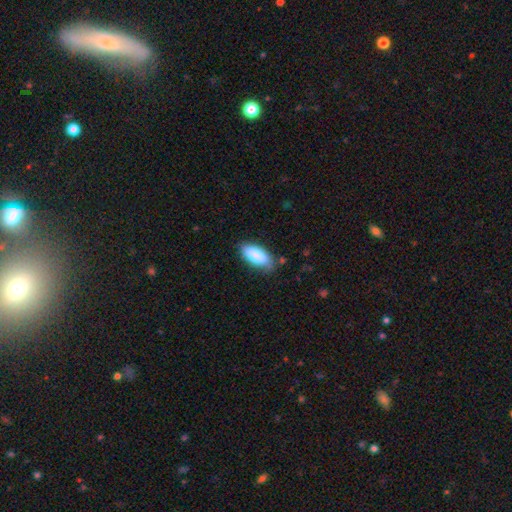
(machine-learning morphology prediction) This appears to be a smooth galaxy with no disk features (84%) that is in between round and cigar-shaped (84%). Merging: none (76%).